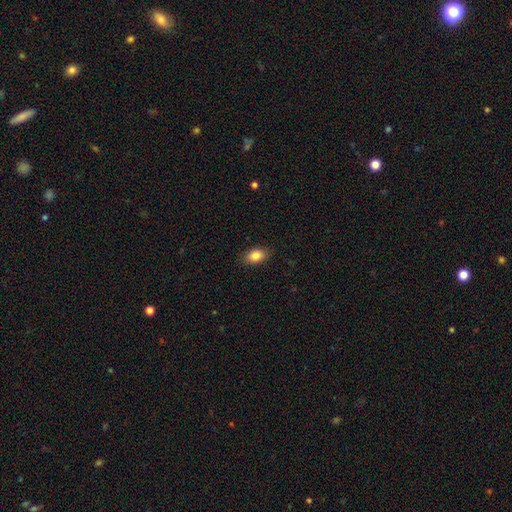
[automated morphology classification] Smooth or featured?
  - smooth: 84% *
  - star or artifact: 8%
  - featured or disk: 8%
How rounded?
  - in between: 88% *
  - round: 9%
  - cigar-shaped: 3%
Merging?
  - none: 87% *
  - minor disturbance: 10%
  - major disturbance: 2%
  - merger: 1%